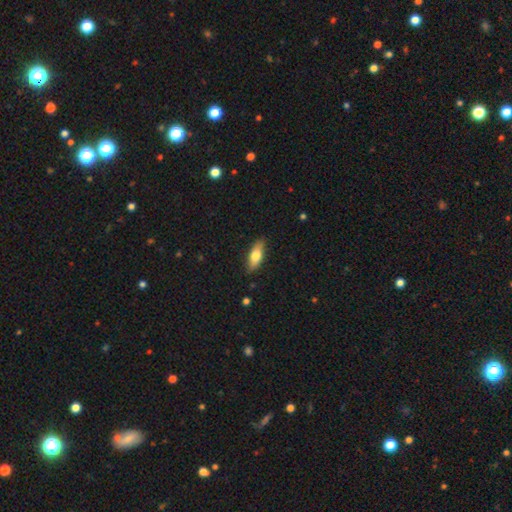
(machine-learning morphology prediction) This is likely a smooth galaxy (71%). How rounded: likely in between (68%). Merging: clearly none (85%).